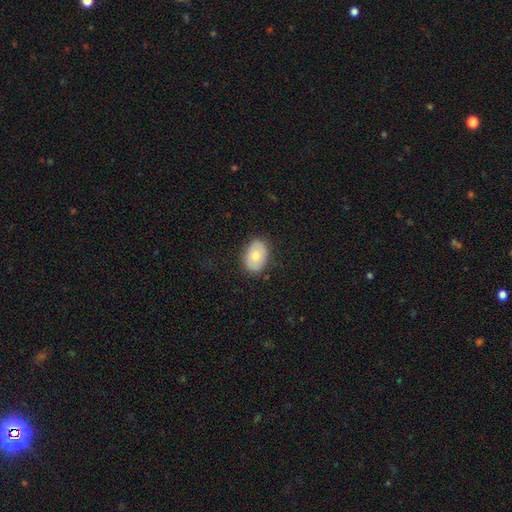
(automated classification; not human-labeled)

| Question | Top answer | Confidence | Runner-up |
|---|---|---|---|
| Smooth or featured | smooth | 73% | featured or disk (21%) |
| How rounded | in between | 82% | round (16%) |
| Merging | none | 84% | minor disturbance (12%) |